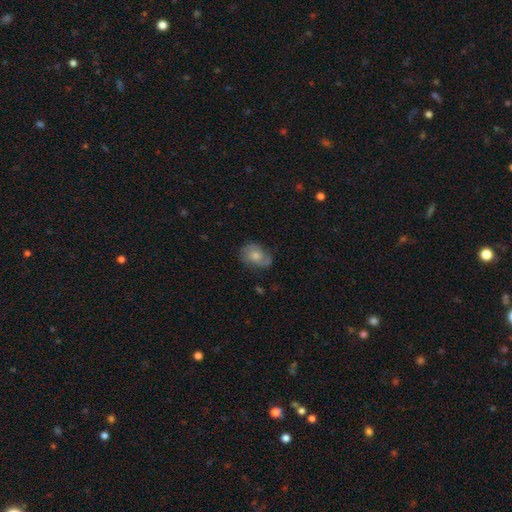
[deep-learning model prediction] smooth 58%, featured or disk 34%, star or artifact 8%. Down the decision tree: how rounded — in between (66%); merging — none (64%).